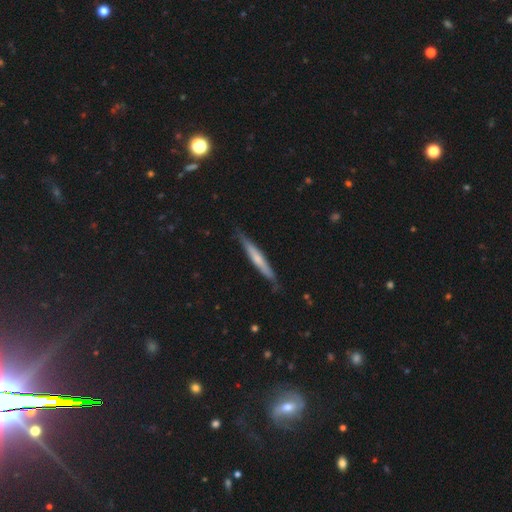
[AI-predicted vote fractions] A featured or disk galaxy (53%) viewed edge-on (95%) with no central bulge (51%). Merging: none (86%).